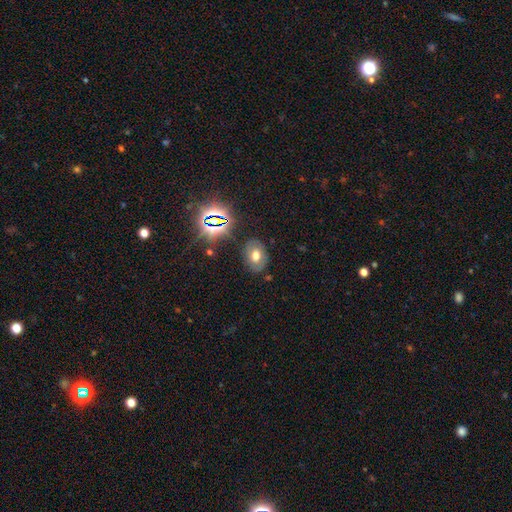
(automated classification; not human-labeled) Q: Smooth or featured?
A: smooth (52%); runner-up: featured or disk (27%)
Q: How rounded?
A: in between (70%); runner-up: round (29%)
Q: Merging?
A: none (80%); runner-up: minor disturbance (13%)